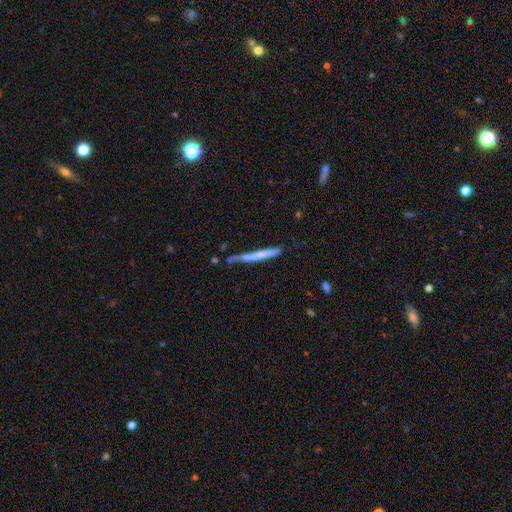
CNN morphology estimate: featured or disk 47%, smooth 45%, star or artifact 7%. Down the decision tree: merging — none (72%).